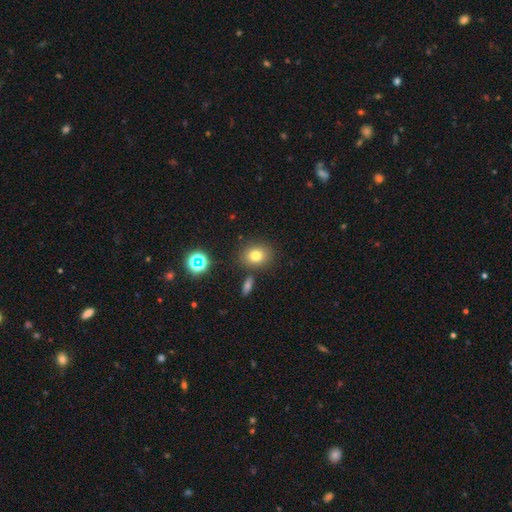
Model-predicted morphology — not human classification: smooth_or_featured: smooth (p=0.75) [alt: star or artifact p=0.15]
how_rounded: round (p=0.62) [alt: in between p=0.36]
merging: none (p=0.81) [alt: minor disturbance p=0.10]